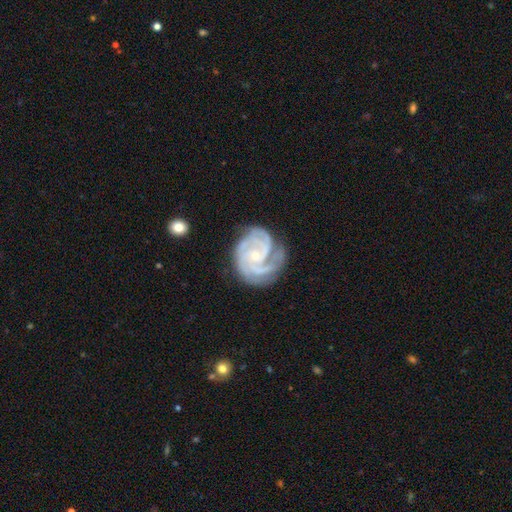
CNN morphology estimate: Q: Smooth or featured?
A: featured or disk (90%); runner-up: star or artifact (5%)
Q: Edge-on disk?
A: no (98%); runner-up: yes (2%)
Q: Bar?
A: no (69%); runner-up: weak (24%)
Q: Spiral arms?
A: yes (98%); runner-up: no (2%)
Q: Spiral winding?
A: tight (65%); runner-up: medium (31%)
Q: Spiral arm count?
A: 3 (46%); runner-up: 2 (17%)
Q: Bulge size?
A: small (77%); runner-up: moderate (20%)
Q: Merging?
A: none (66%); runner-up: minor disturbance (22%)